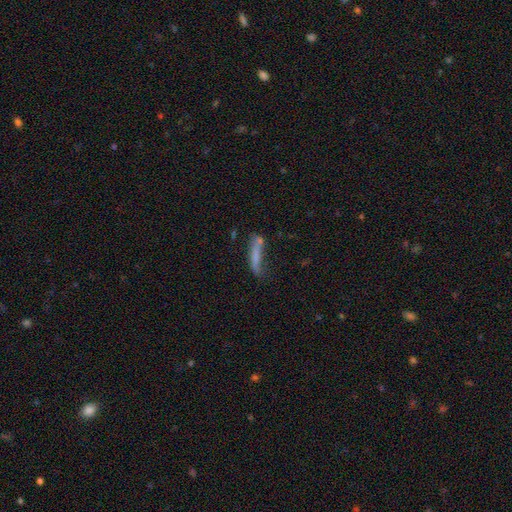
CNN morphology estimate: Overall: smooth (65%; featured or disk 26%). How rounded: cigar-shaped (86%). Merging: none (43%; minor disturbance 24%).